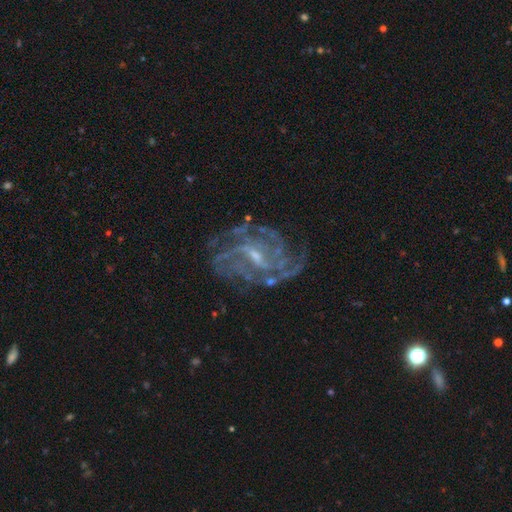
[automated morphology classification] smooth_or_featured: featured or disk (p=0.88) [alt: star or artifact p=0.08]
disk_edge_on: no (p=0.98) [alt: yes p=0.02]
bar: weak (p=0.56) [alt: no p=0.24]
has_spiral_arms: yes (p=0.95) [alt: no p=0.05]
spiral_winding: tight (p=0.43) [tied with: medium p=0.43]
spiral_arm_count: 4 (p=0.27) [alt: can't tell p=0.26]
bulge_size: small (p=0.63) [alt: moderate p=0.28]
merging: none (p=0.68) [alt: minor disturbance p=0.17]